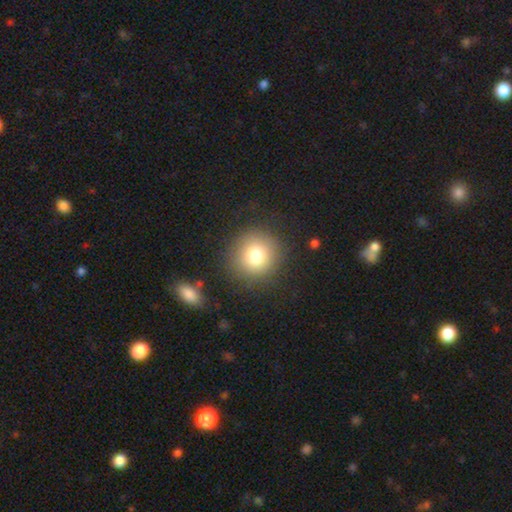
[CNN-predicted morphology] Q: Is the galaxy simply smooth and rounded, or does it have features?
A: smooth — 79%.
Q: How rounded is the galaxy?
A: round — 93%.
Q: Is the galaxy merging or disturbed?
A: none — 86%.